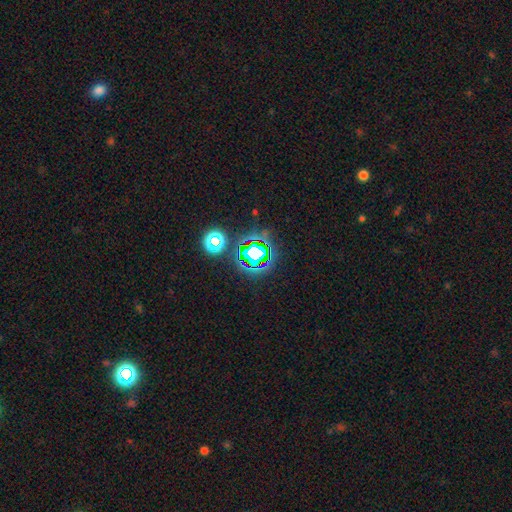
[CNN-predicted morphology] Smooth or featured? star or artifact (66%)